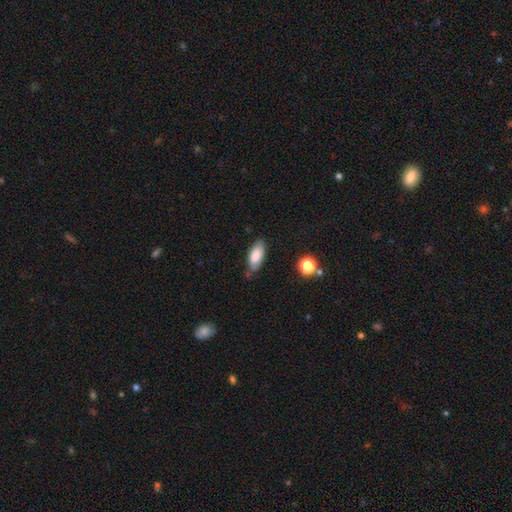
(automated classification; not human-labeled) smooth_or_featured: smooth (p=0.81) [alt: featured or disk p=0.12]
how_rounded: in between (p=0.86) [alt: cigar-shaped p=0.11]
merging: none (p=0.67) [alt: minor disturbance p=0.25]